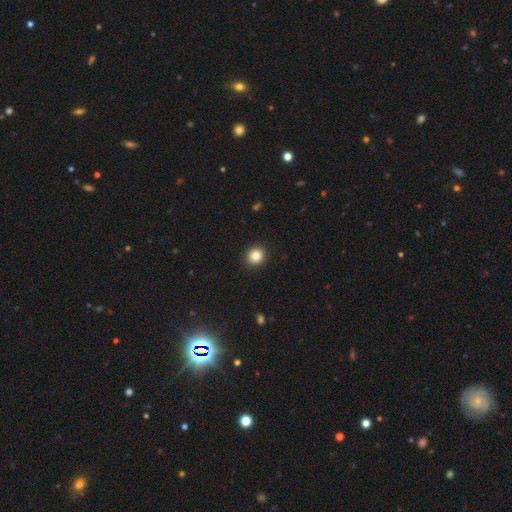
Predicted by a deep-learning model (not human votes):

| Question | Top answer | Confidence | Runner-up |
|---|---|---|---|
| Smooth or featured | smooth | 85% | star or artifact (10%) |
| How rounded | round | 83% | in between (16%) |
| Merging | none | 92% | minor disturbance (5%) |